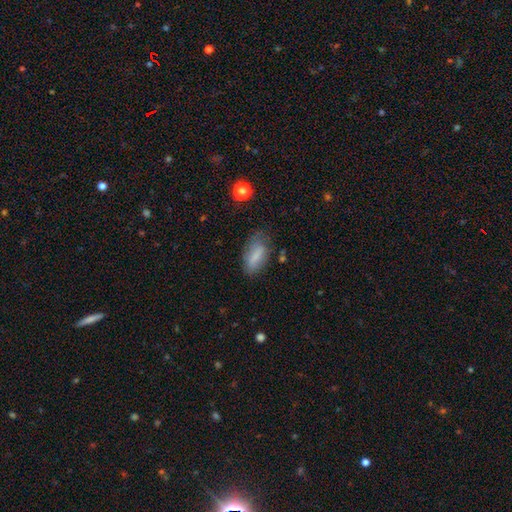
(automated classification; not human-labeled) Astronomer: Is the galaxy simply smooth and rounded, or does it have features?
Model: smooth — 74%.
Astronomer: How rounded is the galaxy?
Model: in between — 85%.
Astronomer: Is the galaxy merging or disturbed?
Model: none — 58%.